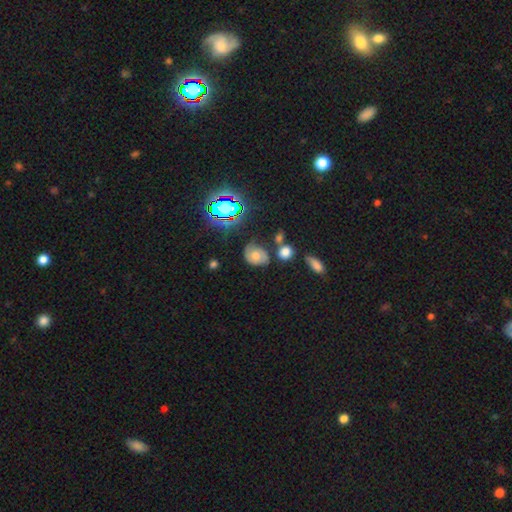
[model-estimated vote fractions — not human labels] smooth-or-featured: featured or disk: 45% | smooth: 39% | star or artifact: 16%
  merging: none: 53% | minor disturbance: 25% | major disturbance: 12% | merger: 10%